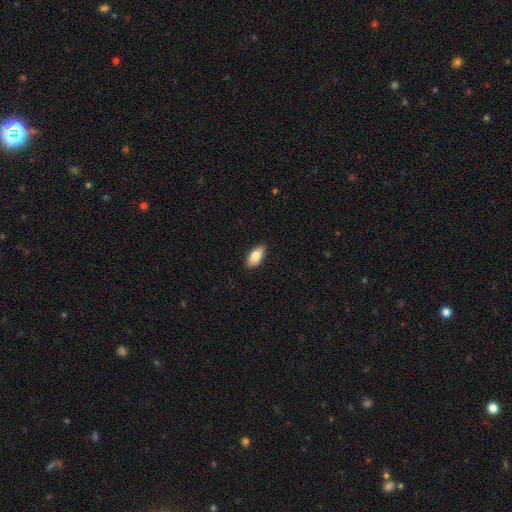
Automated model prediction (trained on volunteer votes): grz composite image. It shows a smooth galaxy with no disk features (80%) that is in between round and cigar-shaped (88%). Merging: none (86%).